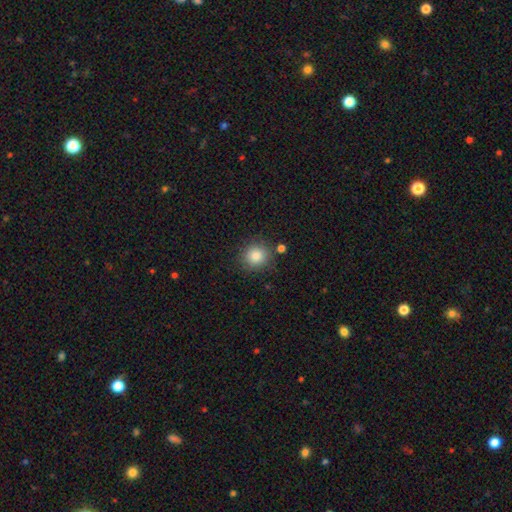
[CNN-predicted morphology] smooth-or-featured: smooth: 85% | star or artifact: 10% | featured or disk: 5%
  how-rounded: round: 90% | in between: 9% | cigar-shaped: 1%
  merging: none: 83% | minor disturbance: 10% | merger: 4% | major disturbance: 3%